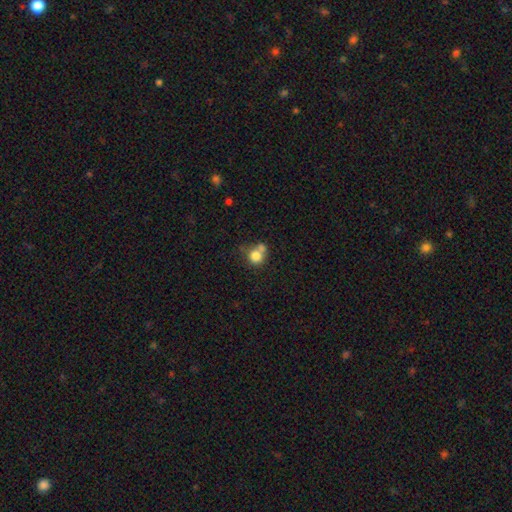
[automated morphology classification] smooth-or-featured: smooth: 78% | featured or disk: 11% | star or artifact: 11%
  how-rounded: round: 81% | in between: 18% | cigar-shaped: 1%
  merging: none: 43% | merger: 37% | minor disturbance: 14% | major disturbance: 6%